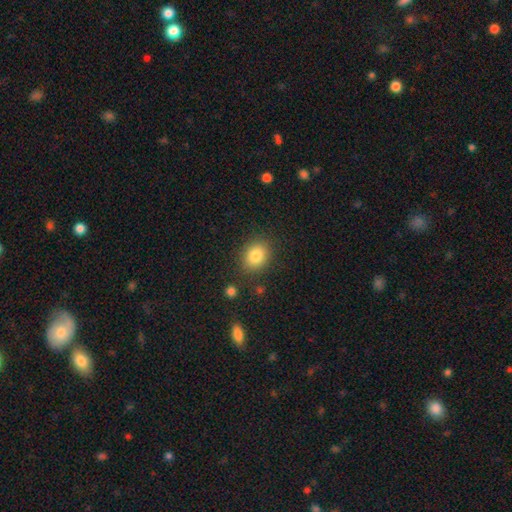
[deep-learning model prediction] Smooth or featured: smooth — 83% (star or artifact — 10%)
How rounded: round — 50% (in between — 49%)
Merging: none — 84% (minor disturbance — 10%)